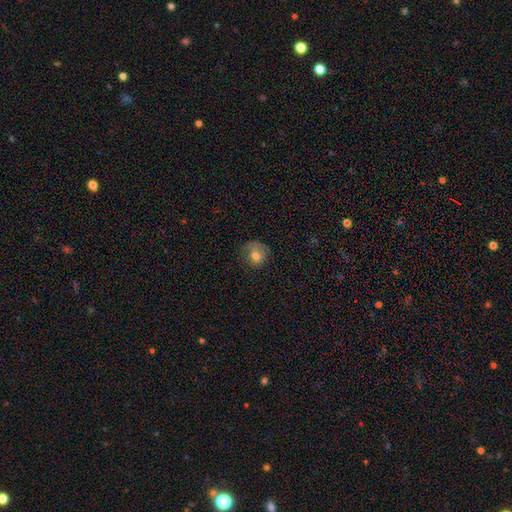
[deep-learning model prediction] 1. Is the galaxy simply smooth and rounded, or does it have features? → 75% smooth, 14% featured or disk, 11% star or artifact.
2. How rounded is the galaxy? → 75% round, 24% in between, 1% cigar-shaped.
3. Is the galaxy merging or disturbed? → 57% none, 26% minor disturbance, 15% major disturbance, 2% merger.